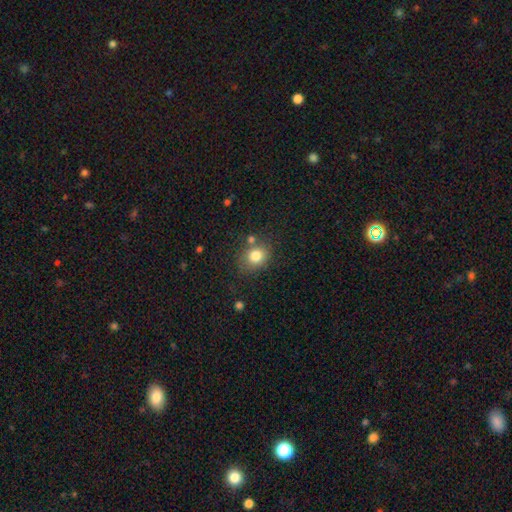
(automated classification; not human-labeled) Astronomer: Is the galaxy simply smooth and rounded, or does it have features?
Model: smooth — 80%.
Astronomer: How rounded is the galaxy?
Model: round — 65%.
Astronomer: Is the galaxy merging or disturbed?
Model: none — 71%.